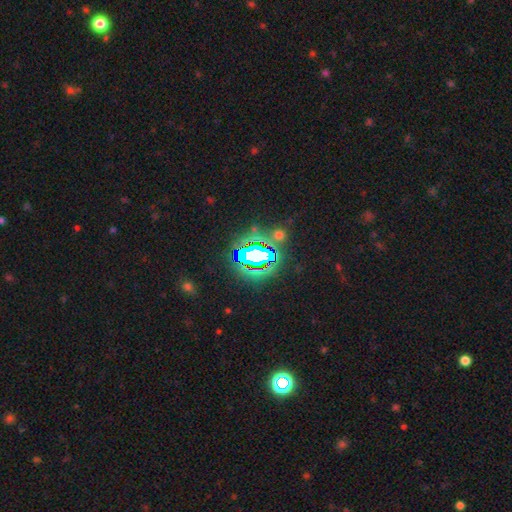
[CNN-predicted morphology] A star or artifact, not a galaxy (71%).

Vote fractions:
- Smooth or featured? star or artifact: 71% / smooth: 17% / featured or disk: 11%